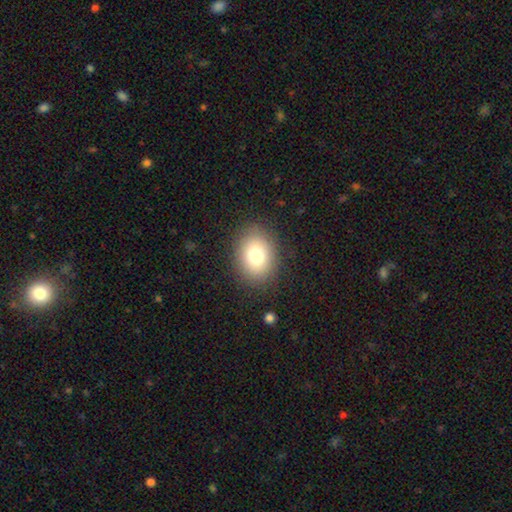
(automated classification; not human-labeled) This is likely a smooth galaxy (77%). How rounded: possibly in between (57%). Merging: clearly none (86%).